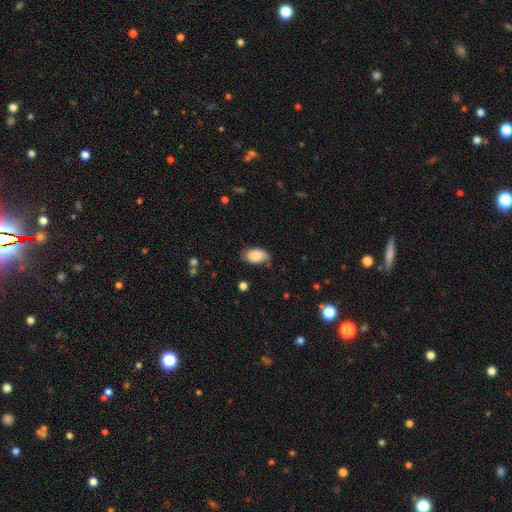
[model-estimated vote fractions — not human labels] smooth_or_featured: smooth (p=0.86) [alt: featured or disk p=0.08]
how_rounded: in between (p=0.92) [alt: round p=0.07]
merging: none (p=0.68) [alt: minor disturbance p=0.25]